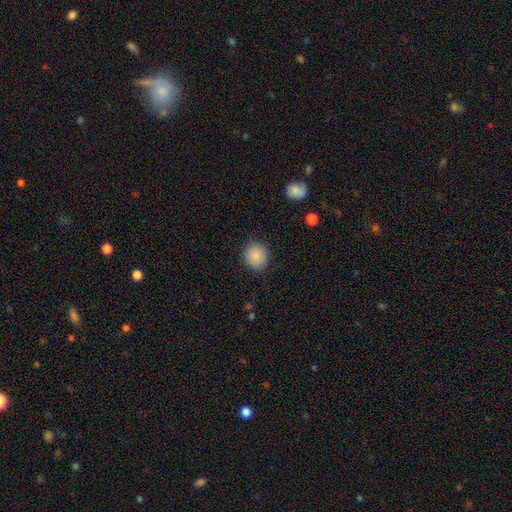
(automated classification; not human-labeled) The model was most divided on "how rounded": round: 86%, in between: 13%, cigar-shaped: 1%. More confident: merging — none (88%); smooth or featured — smooth (87%).